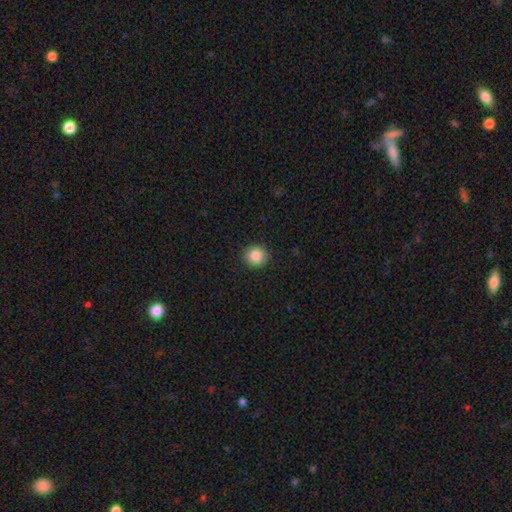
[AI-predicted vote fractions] Smooth or featured? smooth (86%)
How rounded? round (91%)
Merging? none (92%)